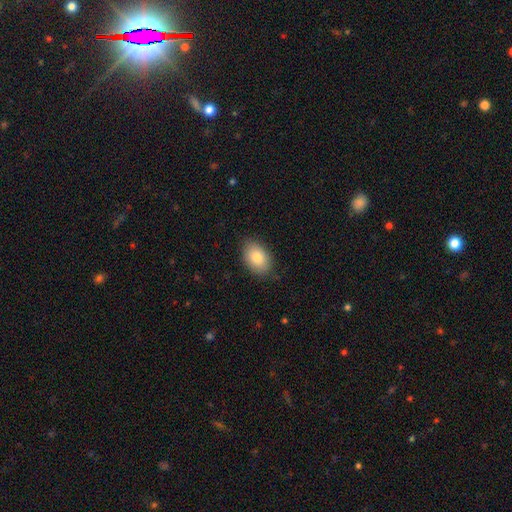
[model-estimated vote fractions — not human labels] smooth 82%, featured or disk 11%, star or artifact 7%. Down the decision tree: how rounded — in between (85%); merging — none (85%).